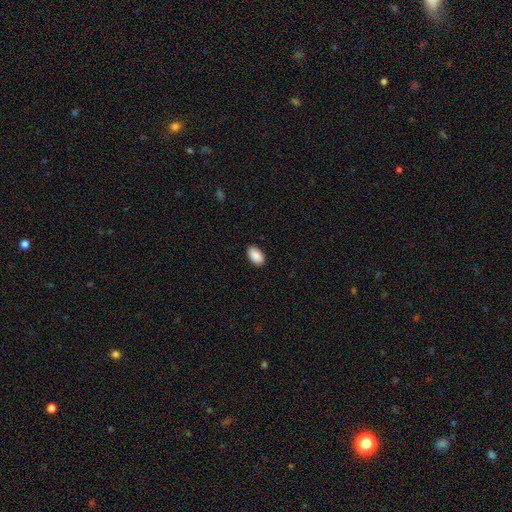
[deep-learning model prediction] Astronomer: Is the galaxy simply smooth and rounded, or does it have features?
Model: smooth — 90%.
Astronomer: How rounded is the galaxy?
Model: in between — 93%.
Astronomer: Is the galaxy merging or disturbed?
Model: none — 88%.